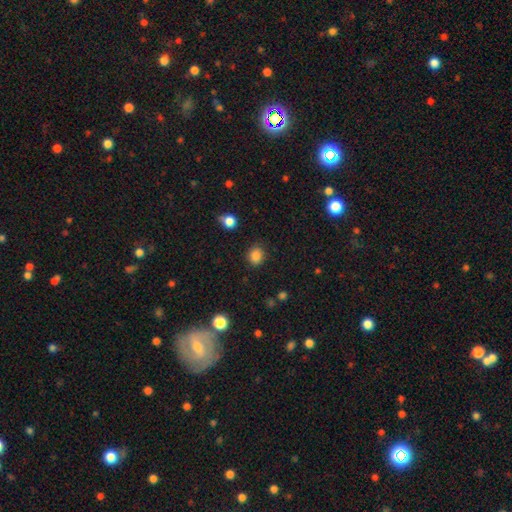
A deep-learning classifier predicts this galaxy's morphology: type=smooth (85%); roundness=round (71%); merging=none (86%).